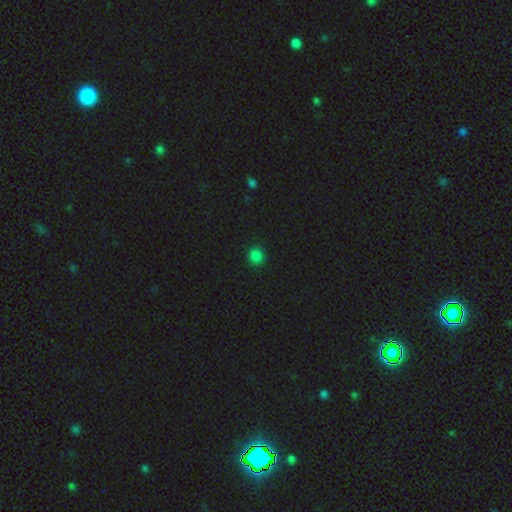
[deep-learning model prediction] smooth_or_featured: smooth (p=0.82) [alt: star or artifact p=0.15]
how_rounded: round (p=0.90) [alt: in between p=0.09]
merging: none (p=0.92) [alt: minor disturbance p=0.06]